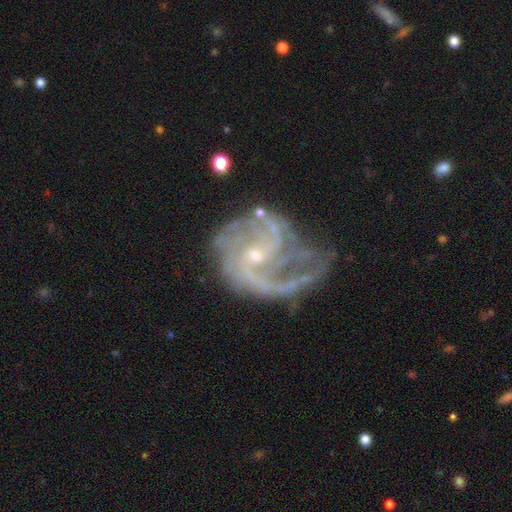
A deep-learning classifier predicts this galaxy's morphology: A featured or disk galaxy (89%) with no bar (53%), 2 (34%) medium (47%) spiral arms (95%) and a small central bulge (72%). Merging: none (45%).